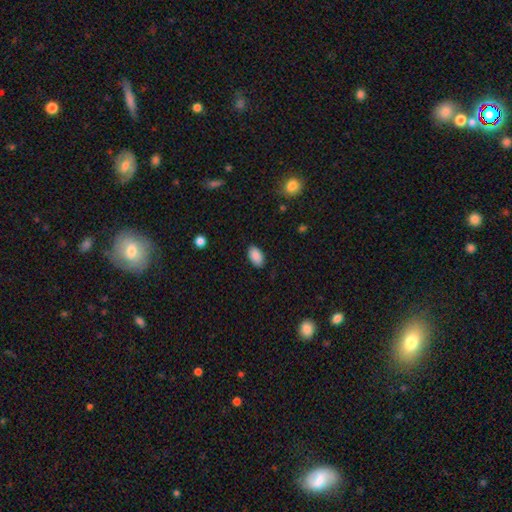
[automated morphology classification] Smooth or featured? smooth (89%)
How rounded? in between (94%)
Merging? none (86%)